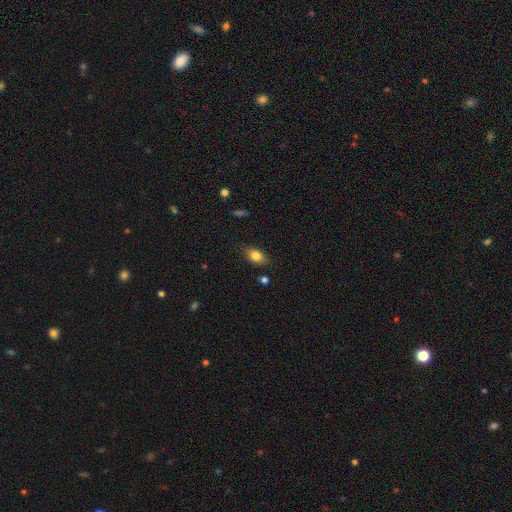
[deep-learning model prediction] This is clearly a smooth galaxy (82%). How rounded: clearly in between (84%). Merging: clearly none (82%).